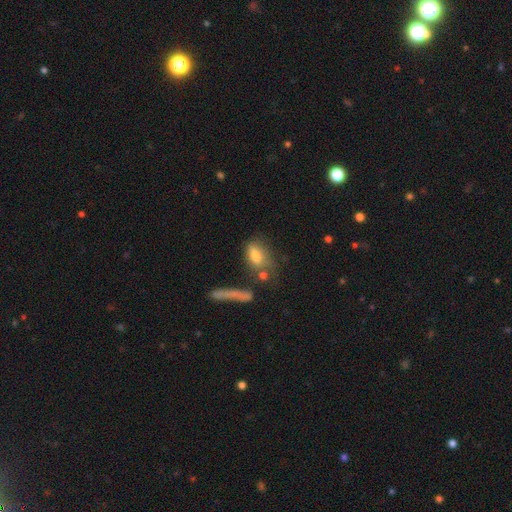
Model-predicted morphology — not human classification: The model was most divided on "merging": none: 48%, merger: 20%, minor disturbance: 19%, major disturbance: 14%. More confident: how rounded — in between (75%); smooth or featured — smooth (74%).